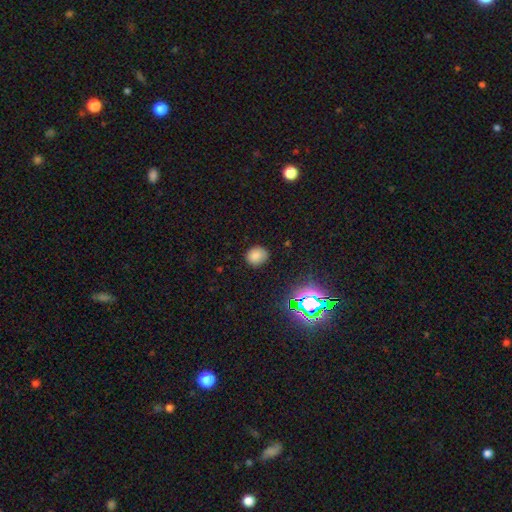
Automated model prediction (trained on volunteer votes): A smooth galaxy with no disk features (79%) that is round (63%). Merging: none (83%).